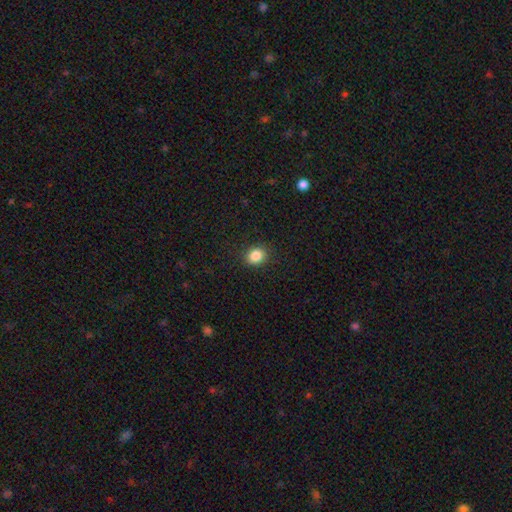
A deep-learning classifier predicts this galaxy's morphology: A smooth galaxy with no disk features (86%) that is round (70%).

Vote fractions:
- Smooth or featured? smooth: 86% / star or artifact: 10% / featured or disk: 4%
- How rounded? round: 70% / in between: 29% / cigar-shaped: 1%
- Merging? none: 89% / minor disturbance: 8% / major disturbance: 2% / merger: 1%